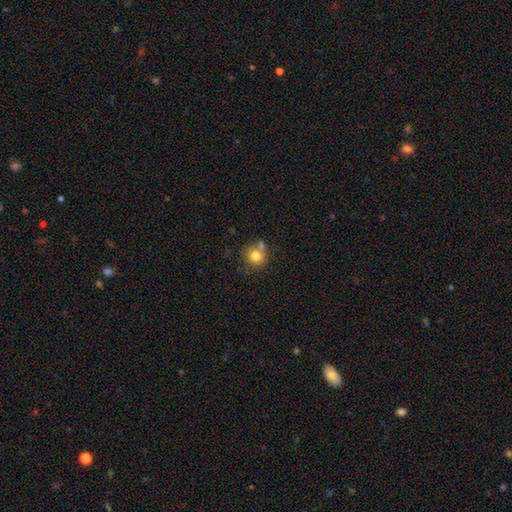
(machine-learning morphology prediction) smooth_or_featured: smooth (p=0.79) [alt: featured or disk p=0.11]
how_rounded: round (p=0.85) [alt: in between p=0.14]
merging: none (p=0.62) [alt: merger p=0.23]